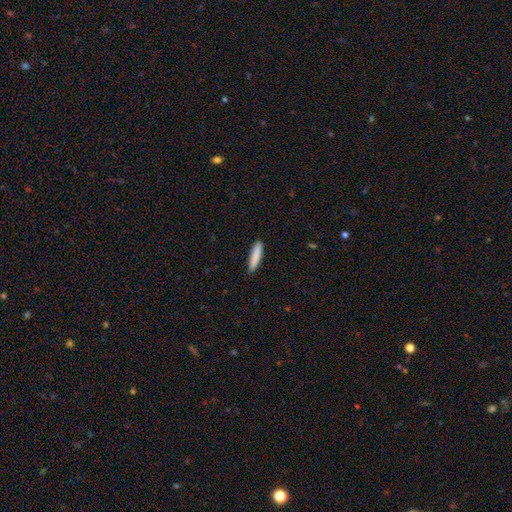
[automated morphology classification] A smooth galaxy with no disk features (86%) that is cigar-shaped (84%). Merging: none (84%).